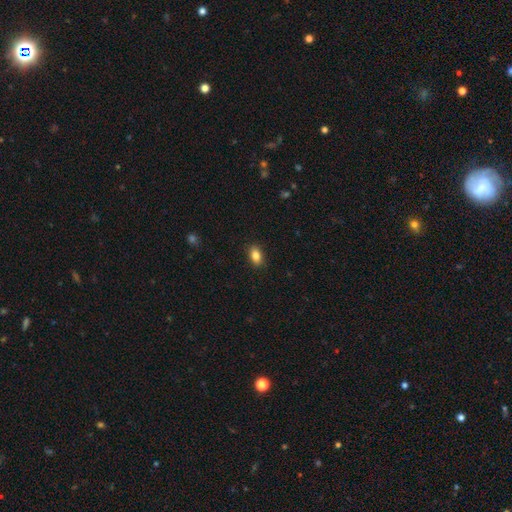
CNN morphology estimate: Overall: smooth (84%). How rounded: in between (86%). Merging: none (88%).